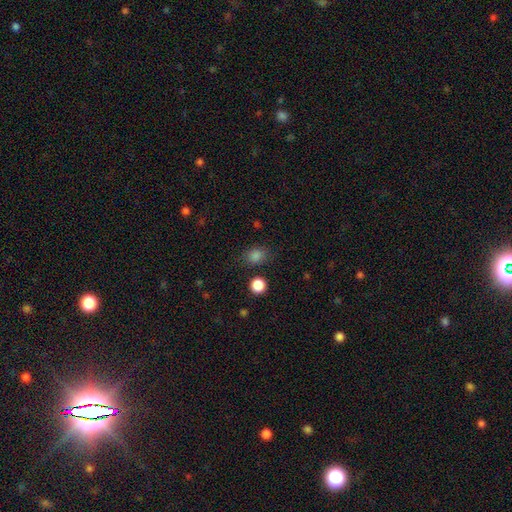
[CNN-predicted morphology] Smooth or featured?
  - smooth: 81% *
  - star or artifact: 14%
  - featured or disk: 4%
How rounded?
  - round: 53% *
  - in between: 46%
  - cigar-shaped: 1%
Merging?
  - none: 78% *
  - minor disturbance: 14%
  - major disturbance: 5%
  - merger: 3%